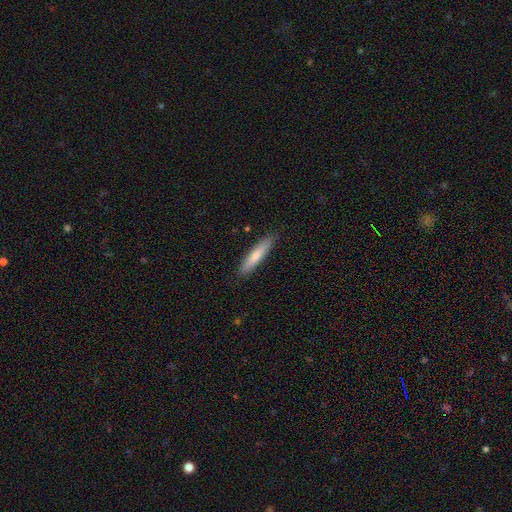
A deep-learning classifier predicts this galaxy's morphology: smooth_or_featured: smooth (p=0.71) [alt: featured or disk p=0.23]
how_rounded: cigar-shaped (p=0.87) [alt: in between p=0.12]
merging: none (p=0.89) [alt: minor disturbance p=0.09]